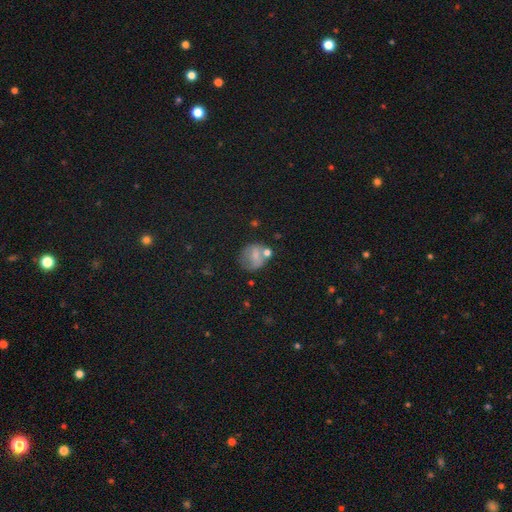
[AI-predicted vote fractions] Smooth or featured?
  - smooth: 62% *
  - featured or disk: 26%
  - star or artifact: 13%
How rounded?
  - round: 73% *
  - in between: 26%
  - cigar-shaped: 1%
Merging?
  - none: 49% *
  - minor disturbance: 21%
  - merger: 17%
  - major disturbance: 13%